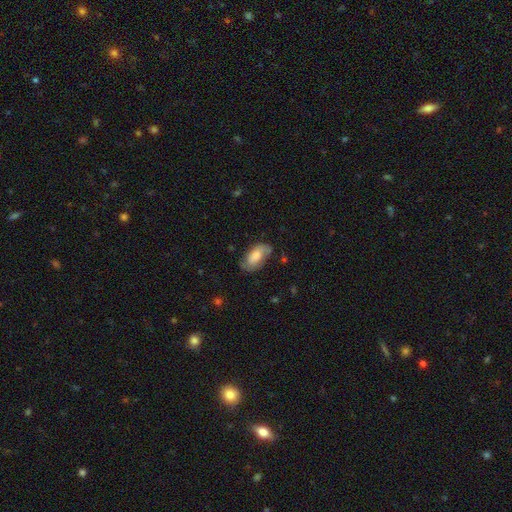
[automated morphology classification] A smooth galaxy with no disk features (63%) that is in between round and cigar-shaped (92%). Merging: none (65%).